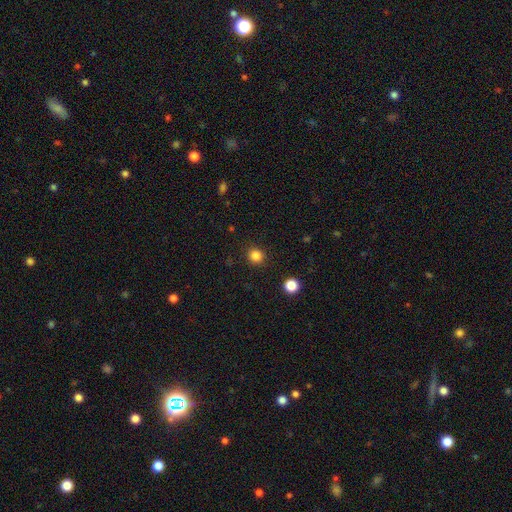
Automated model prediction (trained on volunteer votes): A smooth galaxy with no disk features (83%) that is round (90%).

Vote fractions:
- Smooth or featured? smooth: 83% / star or artifact: 13% / featured or disk: 4%
- How rounded? round: 90% / in between: 9% / cigar-shaped: 1%
- Merging? none: 91% / minor disturbance: 6% / major disturbance: 2% / merger: 1%